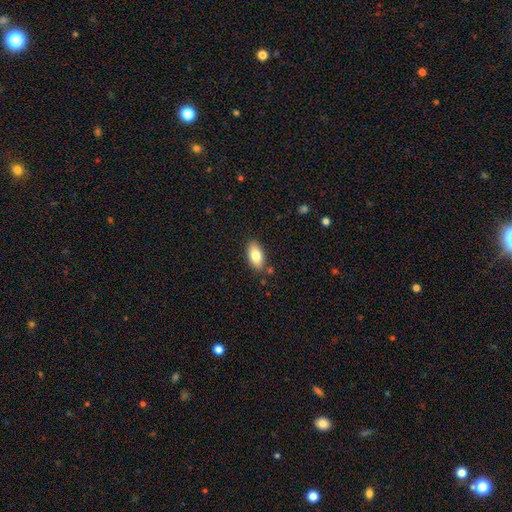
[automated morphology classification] Q: Smooth or featured?
A: smooth (81%); runner-up: featured or disk (12%)
Q: How rounded?
A: in between (92%); runner-up: cigar-shaped (5%)
Q: Merging?
A: none (84%); runner-up: minor disturbance (11%)